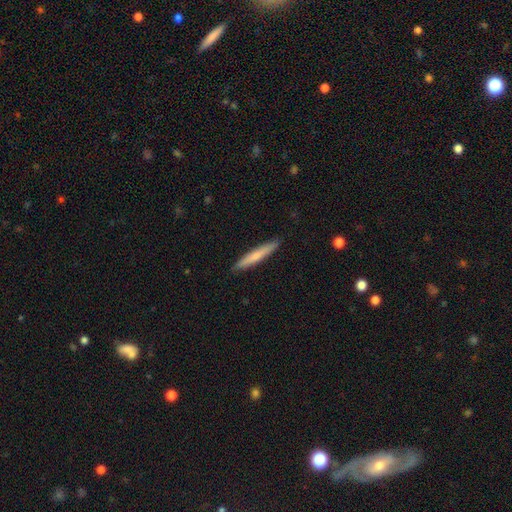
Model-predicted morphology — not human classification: Overall: smooth (66%; featured or disk 29%). How rounded: cigar-shaped (95%). Merging: none (91%).